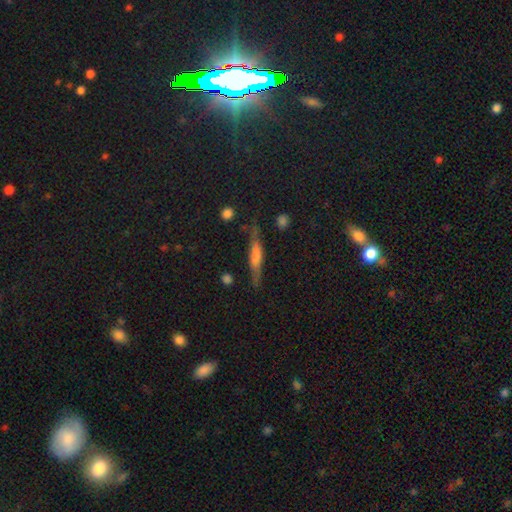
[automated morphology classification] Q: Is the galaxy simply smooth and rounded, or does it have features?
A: smooth — 50%.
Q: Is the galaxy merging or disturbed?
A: none — 71%.